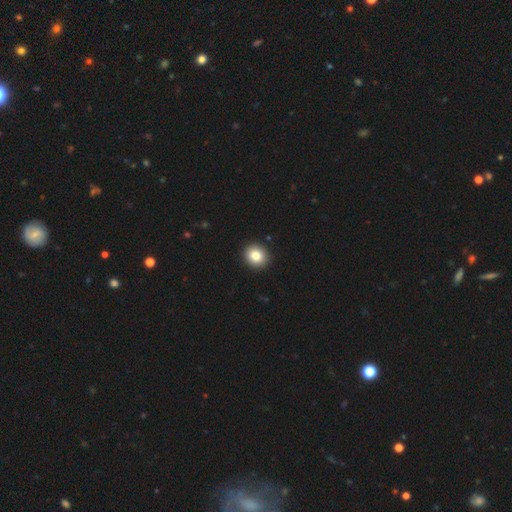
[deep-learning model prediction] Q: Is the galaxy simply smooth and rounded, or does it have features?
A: smooth — 83%.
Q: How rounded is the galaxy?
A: round — 83%.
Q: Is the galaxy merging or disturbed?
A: none — 93%.